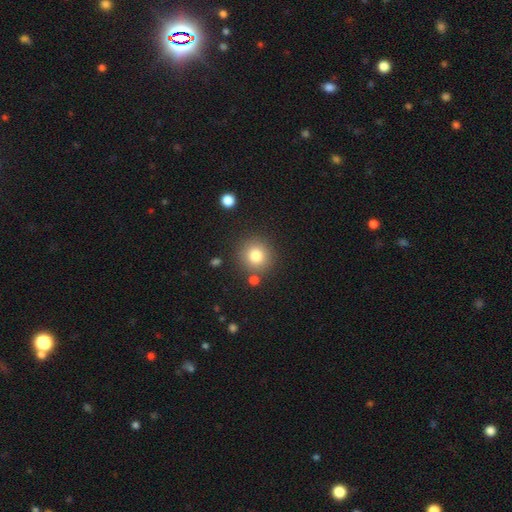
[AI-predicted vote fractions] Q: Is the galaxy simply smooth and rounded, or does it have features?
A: smooth — 80%.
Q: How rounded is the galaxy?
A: round — 92%.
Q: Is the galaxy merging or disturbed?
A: none — 83%.